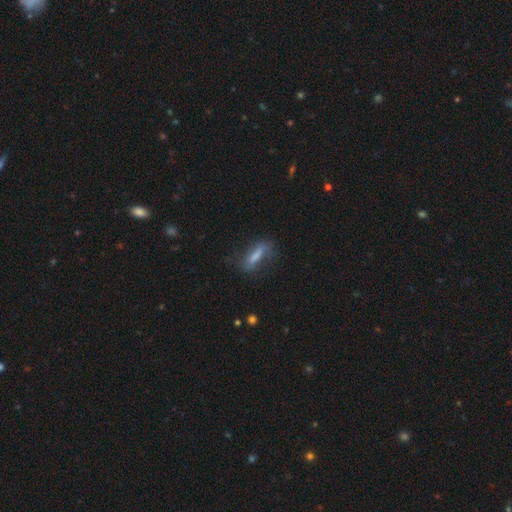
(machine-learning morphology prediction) A smooth galaxy with no disk features (53%) that is cigar-shaped (62%). Merging: none (68%).